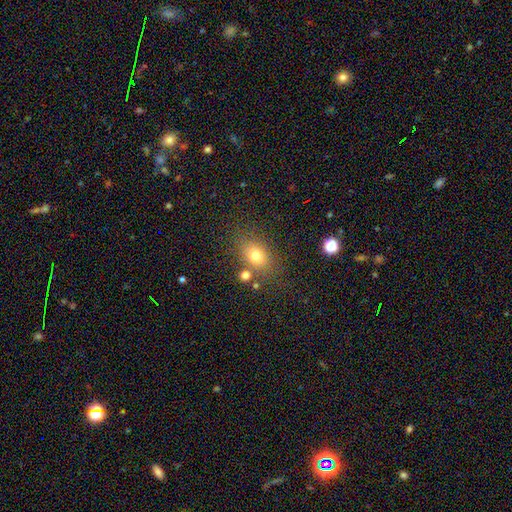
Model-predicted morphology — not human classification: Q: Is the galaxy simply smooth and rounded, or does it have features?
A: smooth — 74%.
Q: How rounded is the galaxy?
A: in between — 62%.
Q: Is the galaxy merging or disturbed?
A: none — 72%.